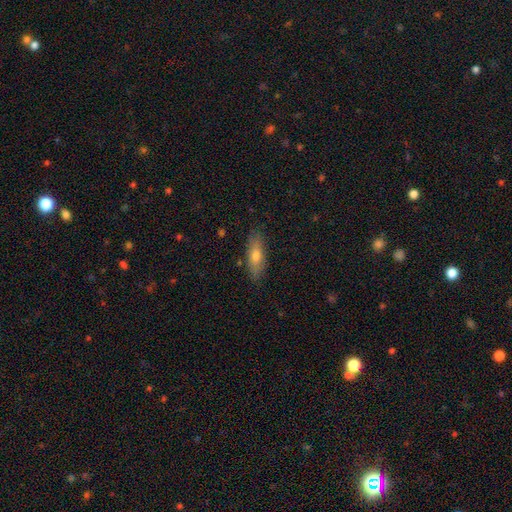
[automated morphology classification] Smooth or featured? Predicted: smooth (p=0.66). How rounded? Predicted: in between (p=0.56). Merging? Predicted: none (p=0.84).